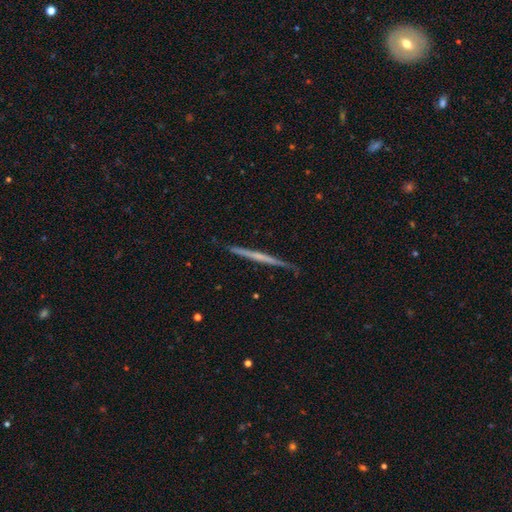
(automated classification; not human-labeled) This is likely a featured or disk galaxy (65%). It is clearly viewed edge-on (98%). Edge-on bulge: likely none (78%). Merging: clearly none (87%).